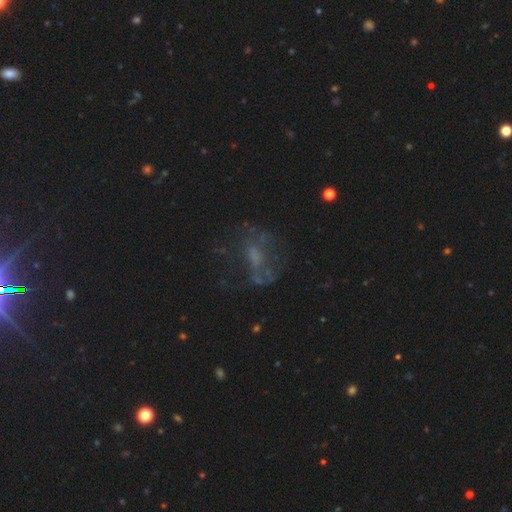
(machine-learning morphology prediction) Smooth or featured?
  - featured or disk: 51% *
  - smooth: 25%
  - star or artifact: 24%
Edge-on disk?
  - no: 95% *
  - yes: 5%
Merging?
  - none: 49% *
  - major disturbance: 29%
  - minor disturbance: 18%
  - merger: 4%